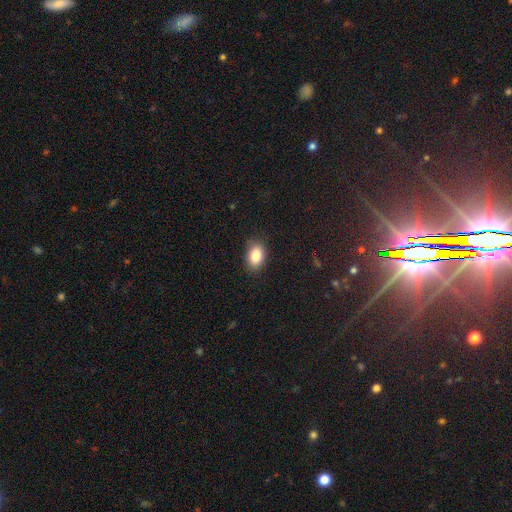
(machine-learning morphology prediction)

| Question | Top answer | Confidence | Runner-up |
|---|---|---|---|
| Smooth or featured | smooth | 86% | star or artifact (8%) |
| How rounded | in between | 87% | round (12%) |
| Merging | none | 85% | minor disturbance (11%) |